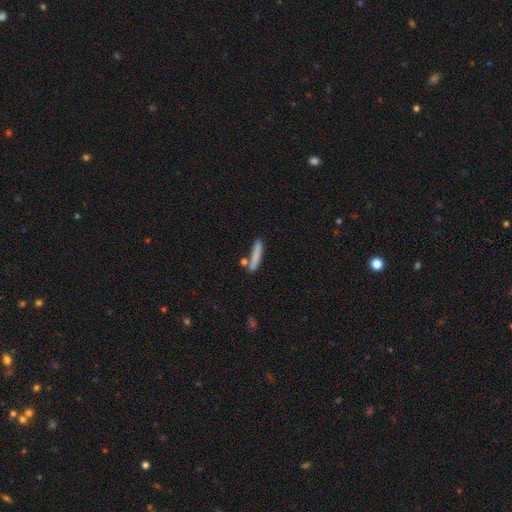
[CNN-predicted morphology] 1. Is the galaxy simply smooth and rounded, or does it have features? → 79% smooth, 14% featured or disk, 7% star or artifact.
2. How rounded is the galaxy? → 89% cigar-shaped, 9% in between, 2% round.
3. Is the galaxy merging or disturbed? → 71% none, 13% minor disturbance, 12% merger, 4% major disturbance.